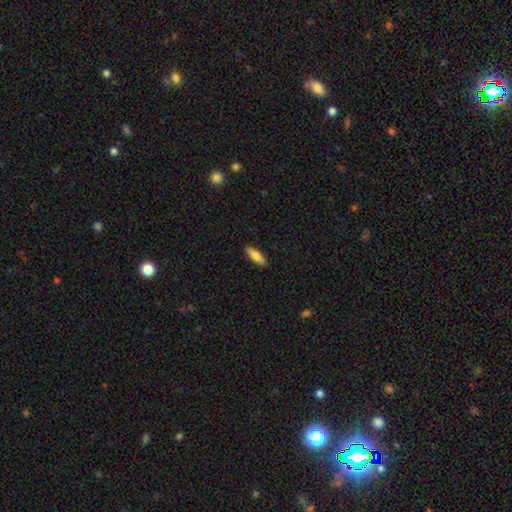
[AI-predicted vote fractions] Morphology: type=smooth (76%); roundness=in between (56%); merging=none (89%).